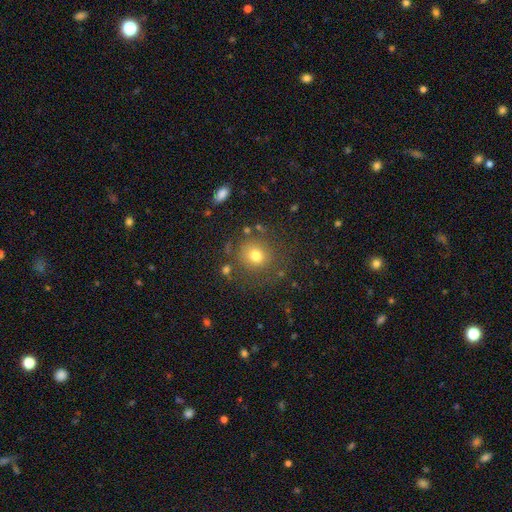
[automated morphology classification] A smooth galaxy with no disk features (74%) that is round (87%).

Vote fractions:
- Smooth or featured? smooth: 74% / star or artifact: 15% / featured or disk: 10%
- How rounded? round: 87% / in between: 12% / cigar-shaped: 1%
- Merging? none: 79% / minor disturbance: 12% / major disturbance: 6% / merger: 4%